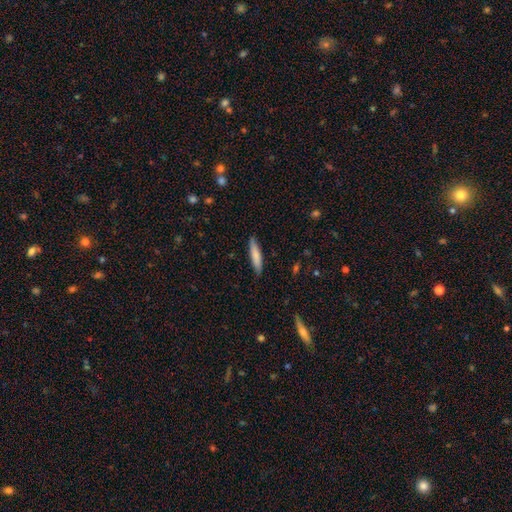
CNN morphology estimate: smooth-or-featured: smooth: 78% | featured or disk: 16% | star or artifact: 6%
  how-rounded: cigar-shaped: 84% | in between: 15% | round: 1%
  merging: none: 87% | minor disturbance: 10% | major disturbance: 2% | merger: 1%